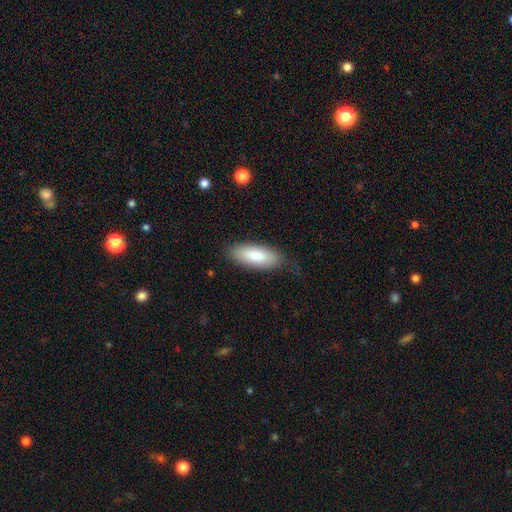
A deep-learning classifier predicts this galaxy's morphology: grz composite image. It shows a smooth galaxy with no disk features (82%) that is in between round and cigar-shaped (78%). Merging: none (74%).